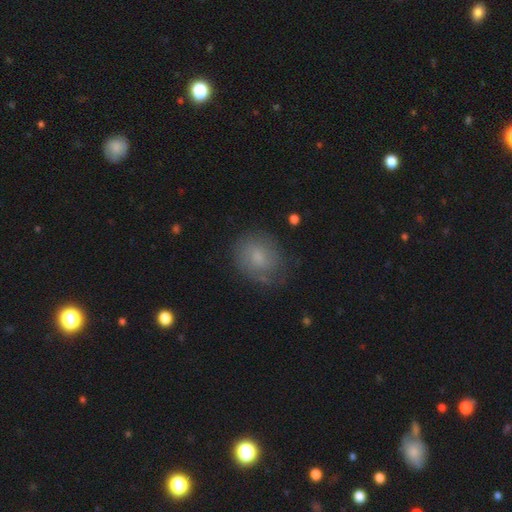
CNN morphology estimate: The model was most divided on "smooth or featured": smooth: 54%, featured or disk: 35%, star or artifact: 11%. More confident: merging — none (70%); how rounded — round (65%).